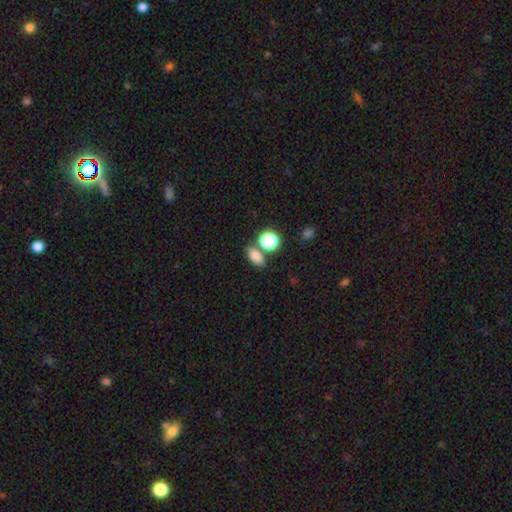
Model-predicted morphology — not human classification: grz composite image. It shows a smooth galaxy with no disk features (80%) that is in between round and cigar-shaped (80%). Merging: none (68%).